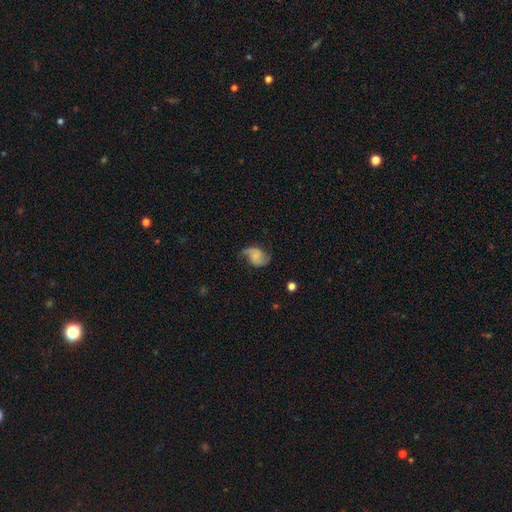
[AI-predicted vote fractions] featured or disk 62%, smooth 29%, star or artifact 9%. Down the decision tree: edge-on disk — no (97%); bar — no (64%); spiral arms — yes (93%); spiral arm count — 2 (90%); spiral winding — loose (54%); bulge size — none (49%); merging — none (64%).